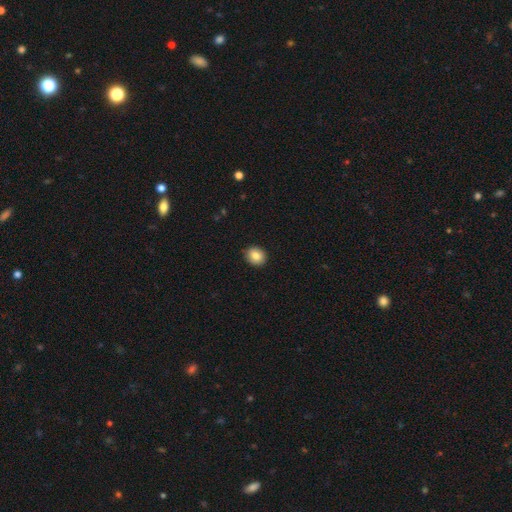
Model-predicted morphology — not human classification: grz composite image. It shows a smooth galaxy with no disk features (85%) that is round (72%). Merging: none (91%).